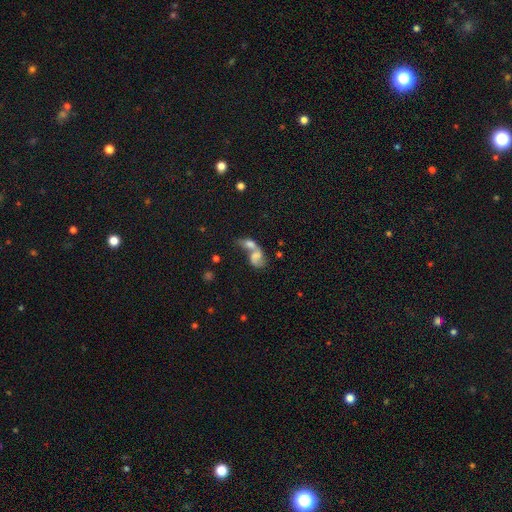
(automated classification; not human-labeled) The model was most divided on "smooth or featured": featured or disk: 46%, smooth: 43%, star or artifact: 11%. More confident: merging — merger (73%).